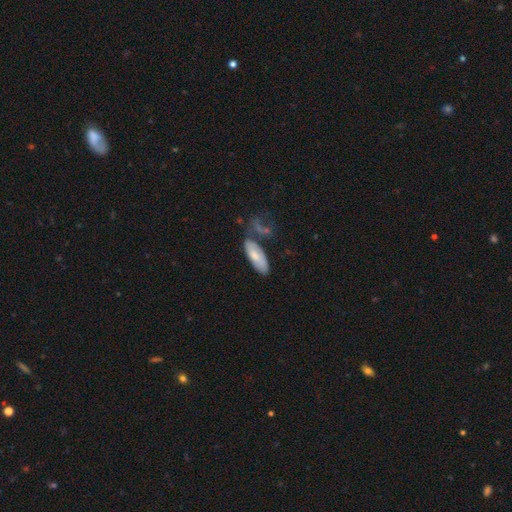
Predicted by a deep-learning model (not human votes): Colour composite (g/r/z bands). It shows a smooth galaxy with no disk features (69%) that is in between round and cigar-shaped (74%). Merging: none (54%).